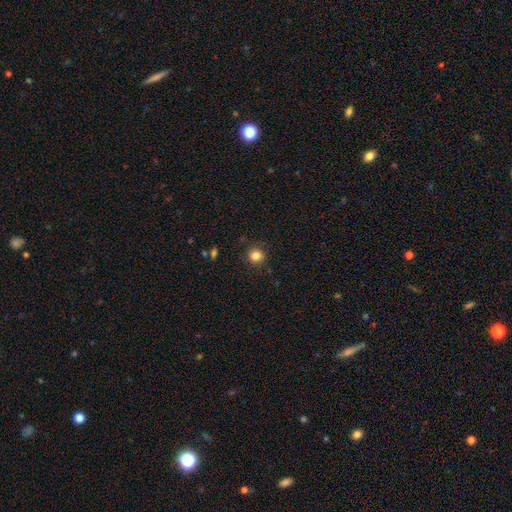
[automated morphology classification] This appears to be a smooth galaxy with no disk features (83%) that is round (88%). Merging: none (87%).